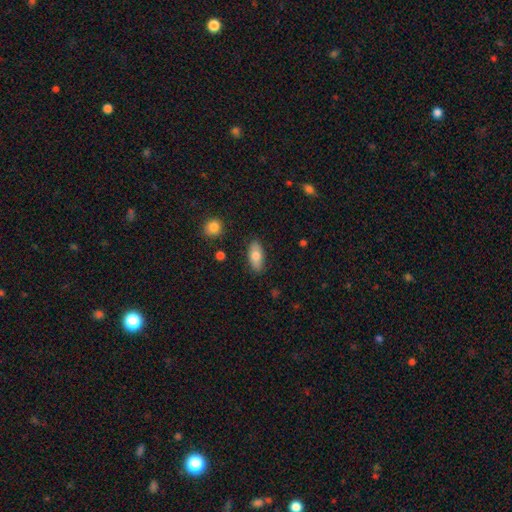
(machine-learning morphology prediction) The model was most divided on "smooth or featured": smooth: 75%, featured or disk: 18%, star or artifact: 7%. More confident: merging — none (85%); how rounded — in between (84%).